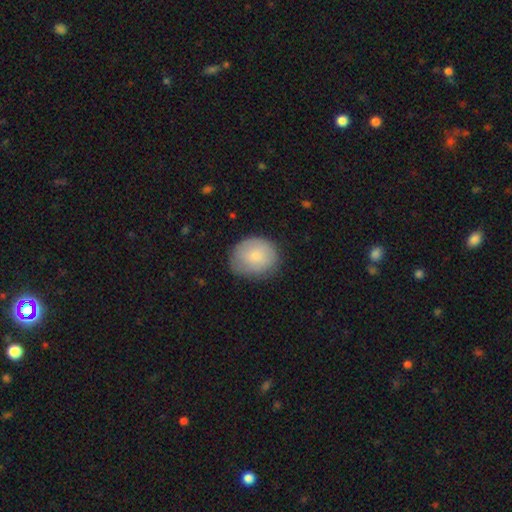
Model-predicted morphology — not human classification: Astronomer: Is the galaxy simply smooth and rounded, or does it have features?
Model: smooth — 78%.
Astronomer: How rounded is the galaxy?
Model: round — 62%.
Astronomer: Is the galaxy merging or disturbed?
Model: none — 72%.